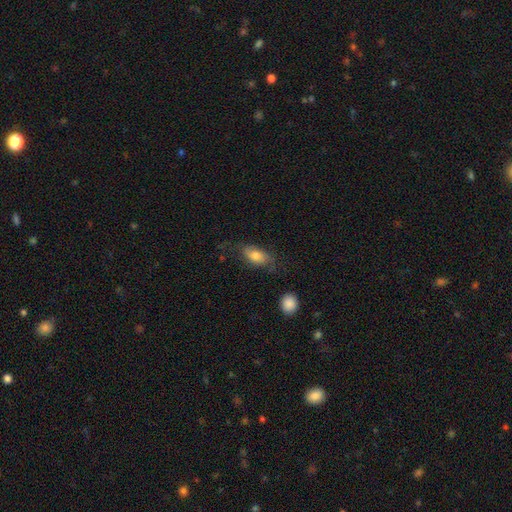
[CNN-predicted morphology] type=smooth (73%); roundness=in between (87%); merging=none (61%).